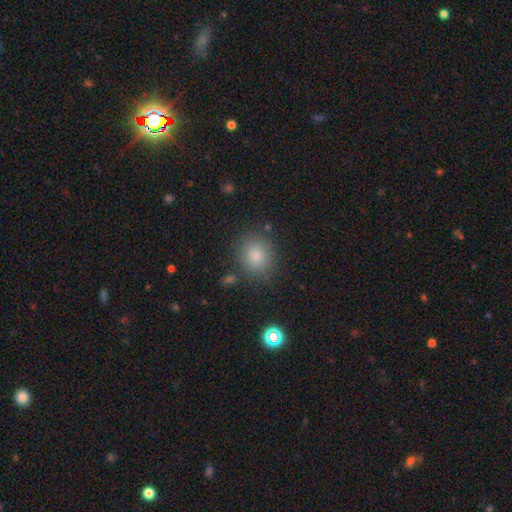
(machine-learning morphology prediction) A smooth galaxy with no disk features (80%) that is round (73%).

Vote fractions:
- Smooth or featured? smooth: 80% / star or artifact: 14% / featured or disk: 6%
- How rounded? round: 73% / in between: 26% / cigar-shaped: 1%
- Merging? none: 84% / minor disturbance: 10% / major disturbance: 3% / merger: 3%